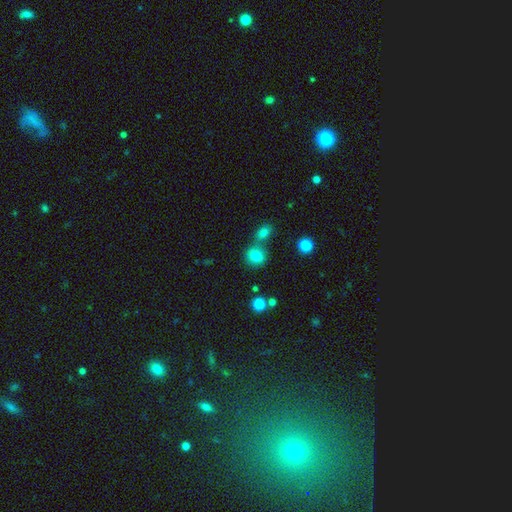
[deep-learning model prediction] Smooth or featured? smooth (80%)
How rounded? round (78%)
Merging? none (64%)